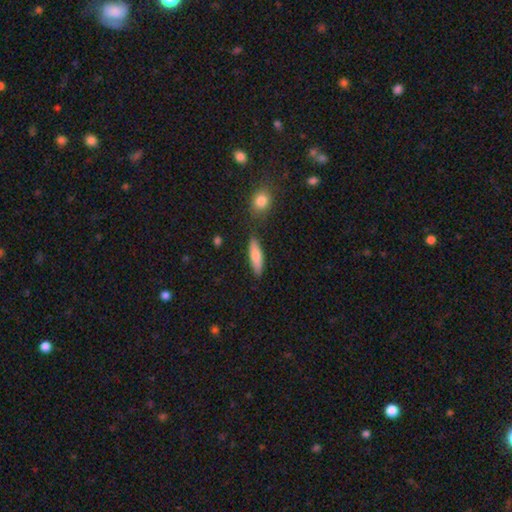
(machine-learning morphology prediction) smooth 80%, featured or disk 14%, star or artifact 6%. Down the decision tree: how rounded — cigar-shaped (55%); merging — none (80%).